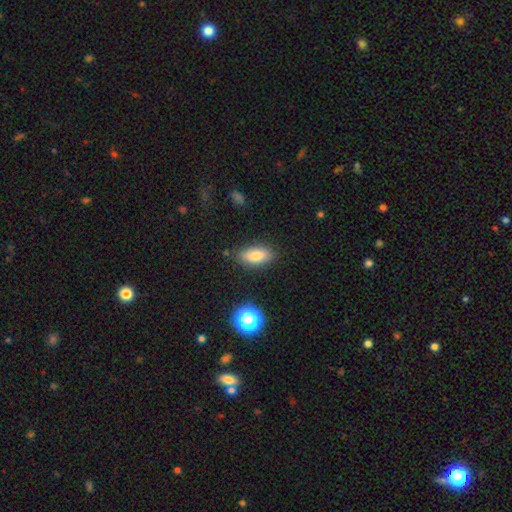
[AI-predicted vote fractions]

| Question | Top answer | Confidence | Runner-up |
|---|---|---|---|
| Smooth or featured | smooth | 80% | featured or disk (11%) |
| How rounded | in between | 80% | cigar-shaped (16%) |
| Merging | none | 83% | minor disturbance (12%) |